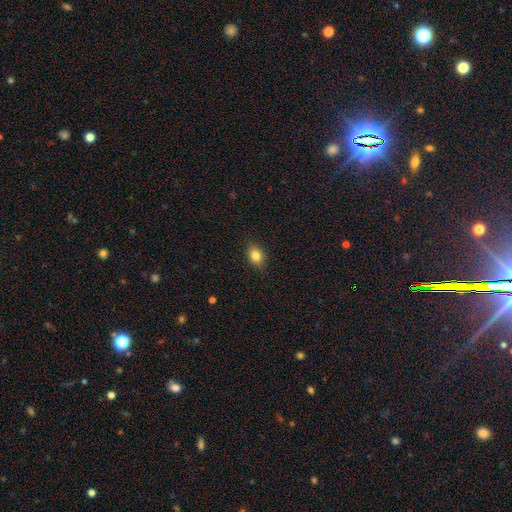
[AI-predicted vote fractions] This appears to be a smooth galaxy with no disk features (83%) that is in between round and cigar-shaped (64%). Merging: none (87%).